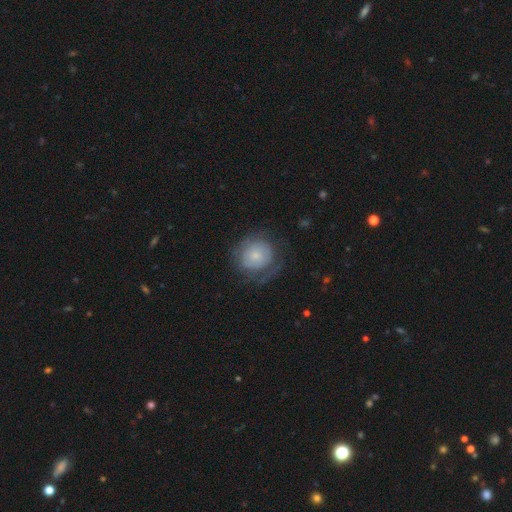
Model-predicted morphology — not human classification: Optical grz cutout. It shows a smooth galaxy with no disk features (52%) that is round (86%). Merging: none (58%).